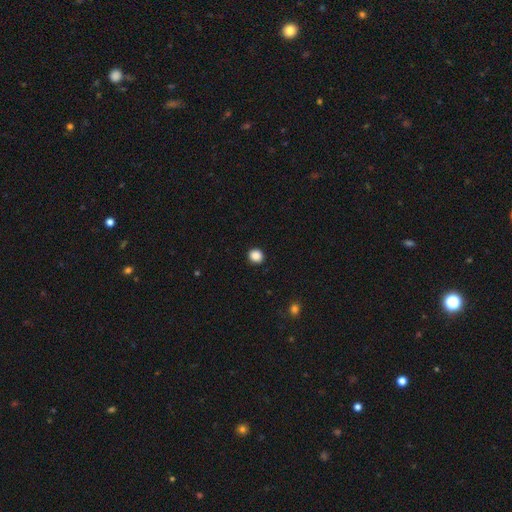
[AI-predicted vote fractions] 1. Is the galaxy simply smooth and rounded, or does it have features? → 88% smooth, 10% star or artifact, 2% featured or disk.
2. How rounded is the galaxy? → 88% round, 11% in between, 1% cigar-shaped.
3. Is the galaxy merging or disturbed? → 92% none, 5% minor disturbance, 2% major disturbance, 1% merger.